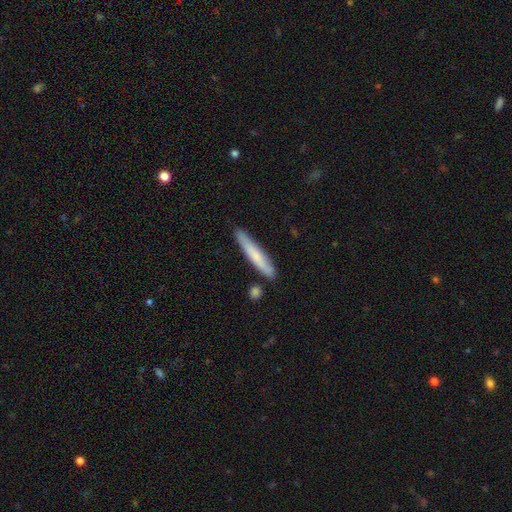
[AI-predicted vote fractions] This is likely a smooth galaxy (68%). How rounded: clearly cigar-shaped (94%). Merging: clearly none (83%).